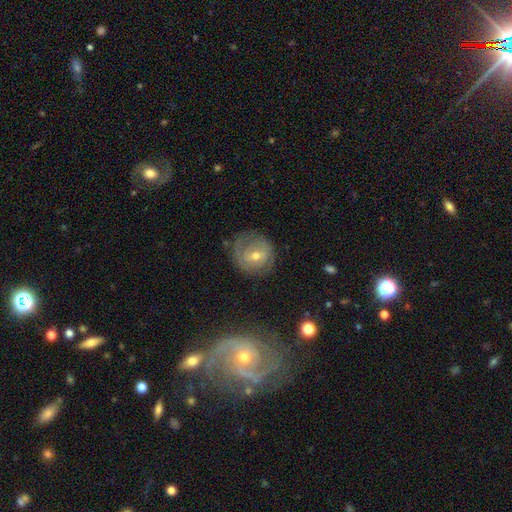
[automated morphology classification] featured or disk 60%, smooth 31%, star or artifact 9%. Down the decision tree: edge-on disk — no (95%); bar — weak (46%); spiral arms — yes (72%); bulge size — moderate (58%); merging — none (66%).